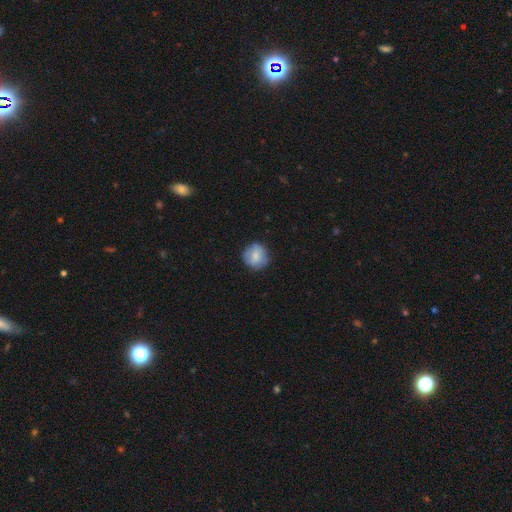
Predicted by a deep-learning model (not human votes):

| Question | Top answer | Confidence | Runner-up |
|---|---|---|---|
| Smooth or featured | smooth | 75% | featured or disk (18%) |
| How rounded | round | 91% | in between (8%) |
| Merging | none | 79% | minor disturbance (16%) |